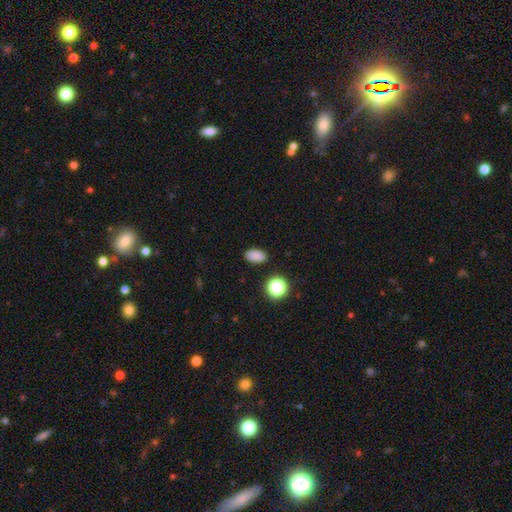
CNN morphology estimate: Overall: smooth (84%). How rounded: in between (88%). Merging: none (88%).